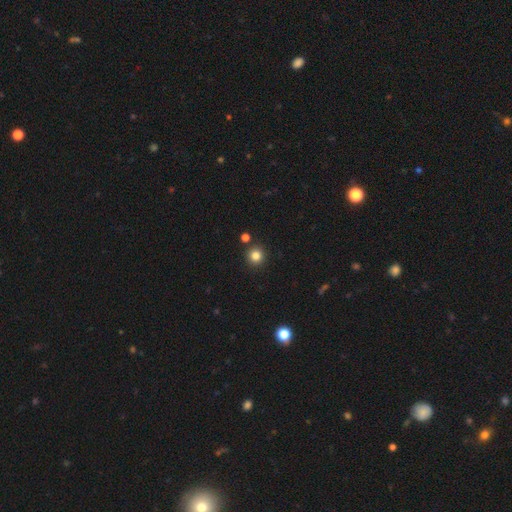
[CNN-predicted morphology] Smooth or featured?
  - smooth: 82% *
  - star or artifact: 13%
  - featured or disk: 5%
How rounded?
  - round: 94% *
  - in between: 5%
  - cigar-shaped: 1%
Merging?
  - none: 88% *
  - minor disturbance: 6%
  - merger: 5%
  - major disturbance: 2%